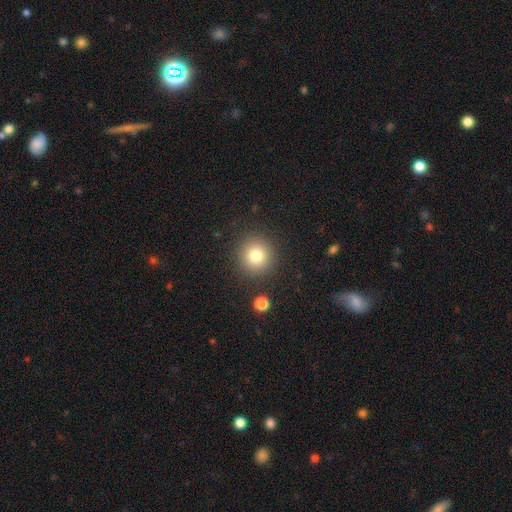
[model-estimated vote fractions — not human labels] Smooth or featured: smooth — 80% (star or artifact — 12%)
How rounded: round — 94% (in between — 5%)
Merging: none — 88% (minor disturbance — 7%)